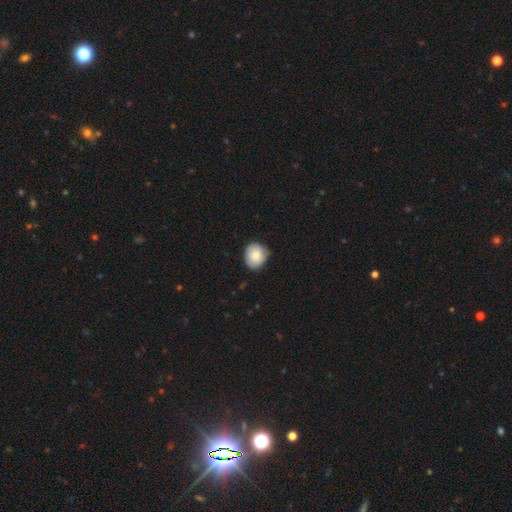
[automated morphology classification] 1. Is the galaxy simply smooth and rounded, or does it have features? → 81% smooth, 12% featured or disk, 7% star or artifact.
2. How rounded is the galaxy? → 71% round, 28% in between, 1% cigar-shaped.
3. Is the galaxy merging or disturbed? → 76% none, 20% minor disturbance, 3% major disturbance, 1% merger.